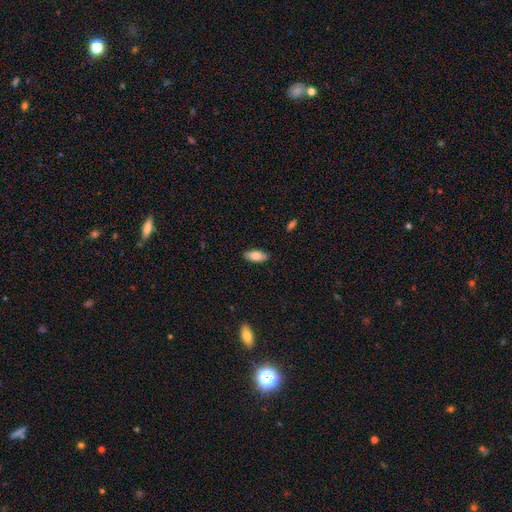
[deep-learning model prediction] A smooth galaxy with no disk features (80%) that is in between round and cigar-shaped (85%).

Vote fractions:
- Smooth or featured? smooth: 80% / featured or disk: 14% / star or artifact: 6%
- How rounded? in between: 85% / cigar-shaped: 13% / round: 2%
- Merging? none: 87% / minor disturbance: 10% / major disturbance: 2% / merger: 1%